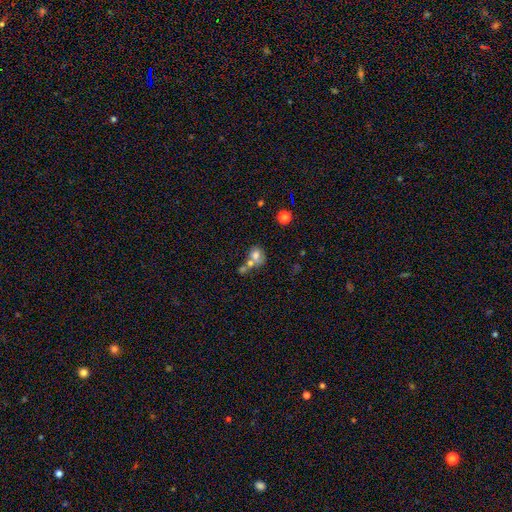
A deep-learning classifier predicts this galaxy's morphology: smooth_or_featured: smooth (p=0.65) [alt: featured or disk p=0.21]
how_rounded: round (p=0.58) [alt: in between p=0.40]
merging: merger (p=0.57) [alt: none p=0.24]